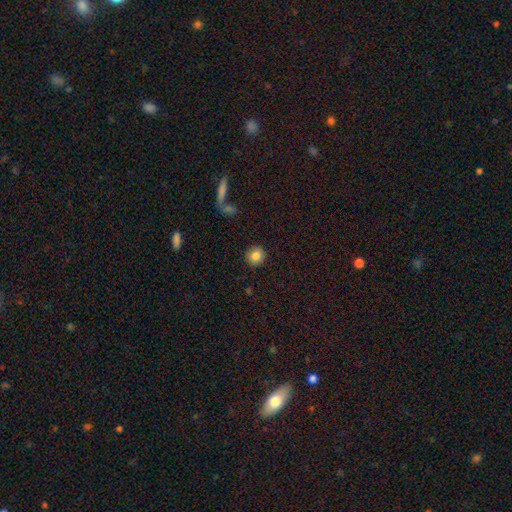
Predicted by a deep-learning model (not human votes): A smooth galaxy with no disk features (84%) that is round (91%). Merging: none (91%).